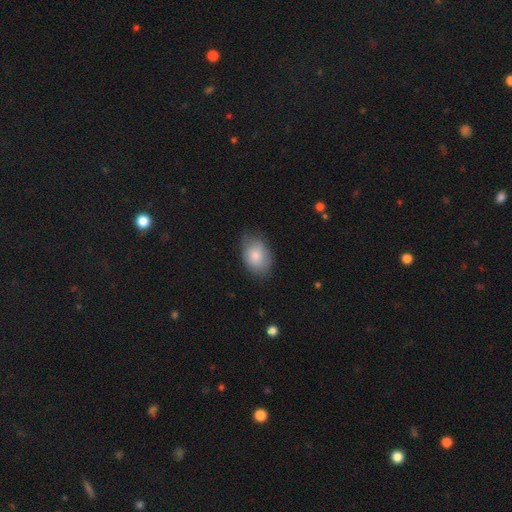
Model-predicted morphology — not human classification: This appears to be a smooth galaxy with no disk features (82%) that is in between round and cigar-shaped (82%). Merging: none (72%).